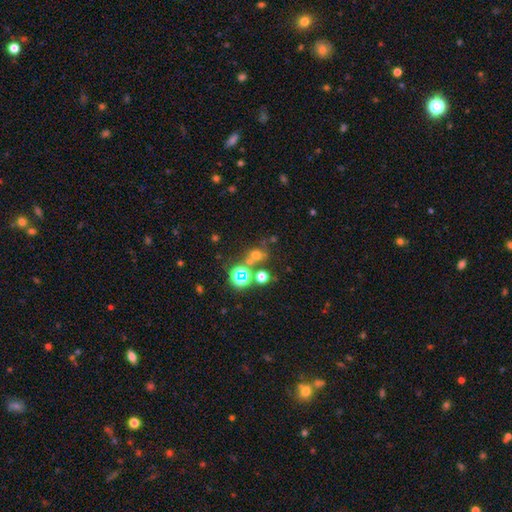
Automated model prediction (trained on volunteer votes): Smooth or featured? smooth (54%)
How rounded? round (79%)
Merging? none (60%)